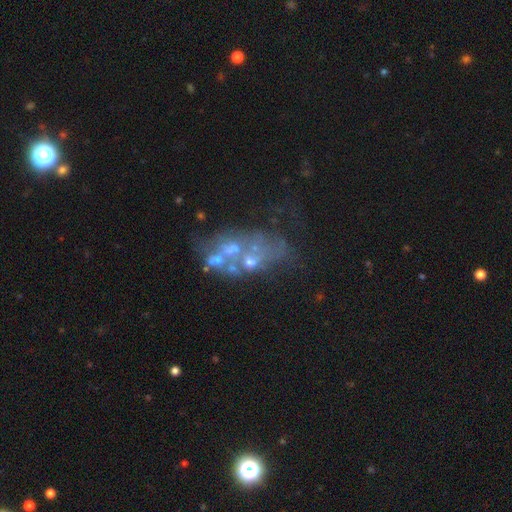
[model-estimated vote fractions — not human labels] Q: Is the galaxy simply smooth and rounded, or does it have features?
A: featured or disk — 61%.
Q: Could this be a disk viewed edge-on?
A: no — 96%.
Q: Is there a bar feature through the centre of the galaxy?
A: no — 92%.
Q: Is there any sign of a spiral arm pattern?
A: no — 93%.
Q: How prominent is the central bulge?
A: none — 53%.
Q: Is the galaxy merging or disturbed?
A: merger — 32%.